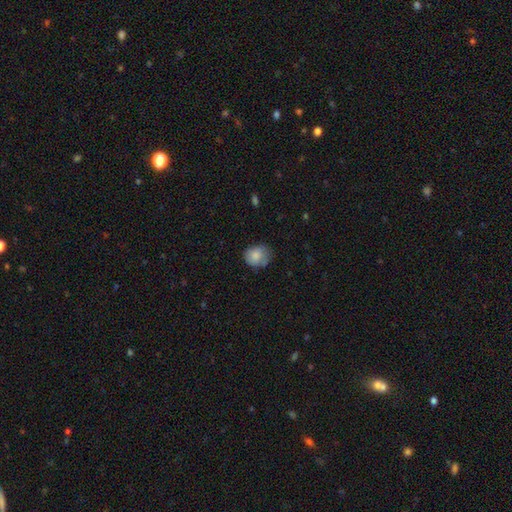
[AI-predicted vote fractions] Morphology: type=smooth (82%); roundness=round (63%); merging=none (64%).